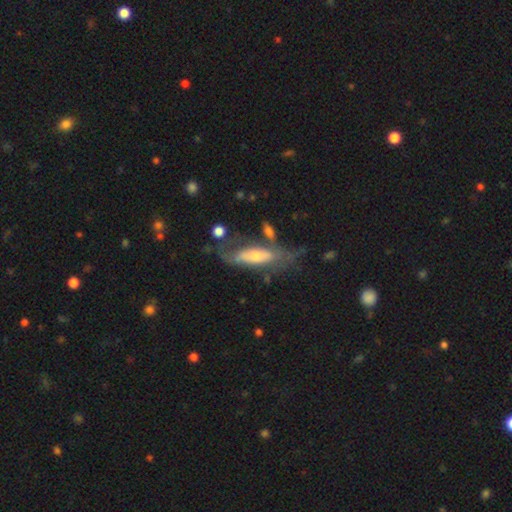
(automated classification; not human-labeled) The model was most divided on "smooth or featured": featured or disk: 54%, smooth: 40%, star or artifact: 6%. Remaining: edge-on disk — no (66%); merging — none (43%).